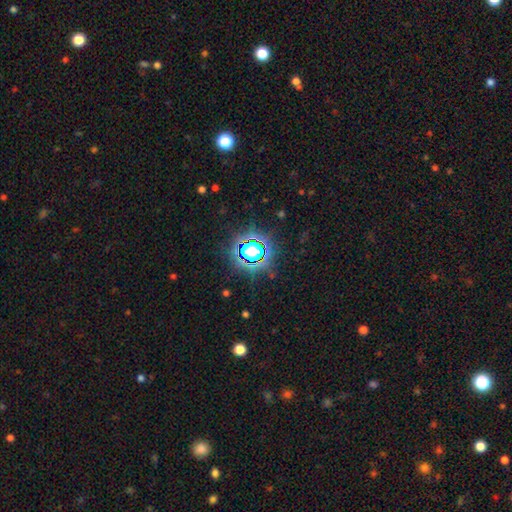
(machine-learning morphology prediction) The model was most divided on "smooth or featured": star or artifact: 70%, smooth: 20%, featured or disk: 11%.